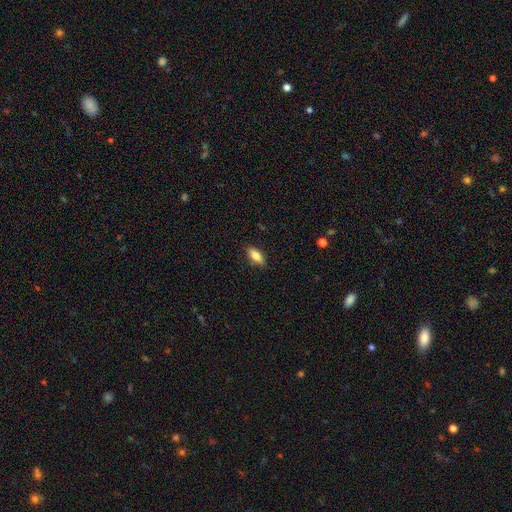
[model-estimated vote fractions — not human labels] Smooth or featured: smooth — 80% (featured or disk — 13%)
How rounded: in between — 81% (cigar-shaped — 16%)
Merging: none — 86% (minor disturbance — 11%)